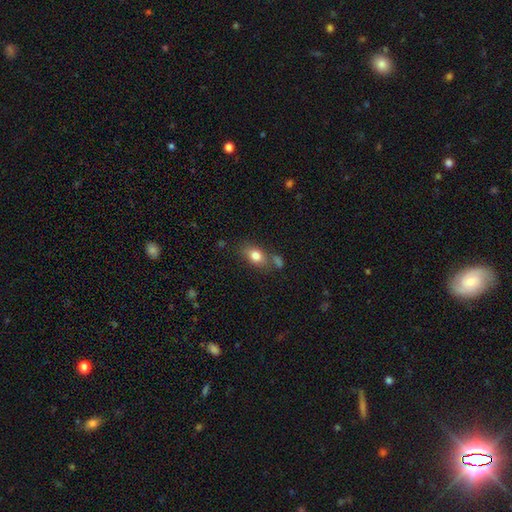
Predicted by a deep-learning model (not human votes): smooth 79%, featured or disk 12%, star or artifact 9%. Down the decision tree: how rounded — in between (77%); merging — none (63%).